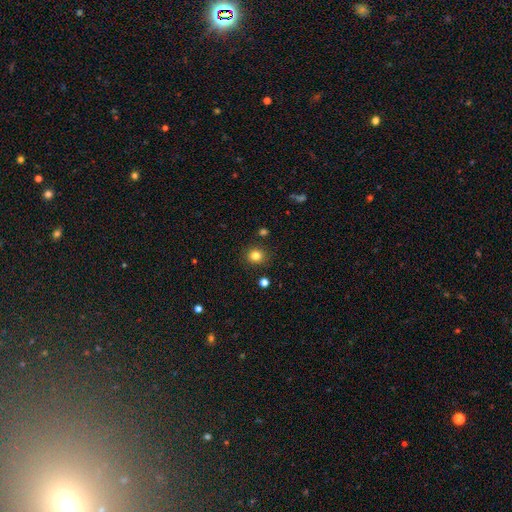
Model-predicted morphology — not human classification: The model was most divided on "smooth or featured": smooth: 81%, star or artifact: 13%, featured or disk: 6%. More confident: merging — none (88%); how rounded — round (86%).